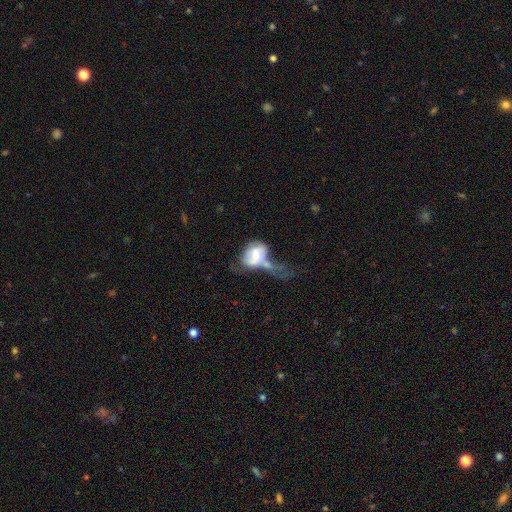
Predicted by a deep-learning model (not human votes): Smooth or featured: smooth — 51% (featured or disk — 42%)
How rounded: in between — 61% (round — 37%)
Merging: major disturbance — 39% (merger — 38%)